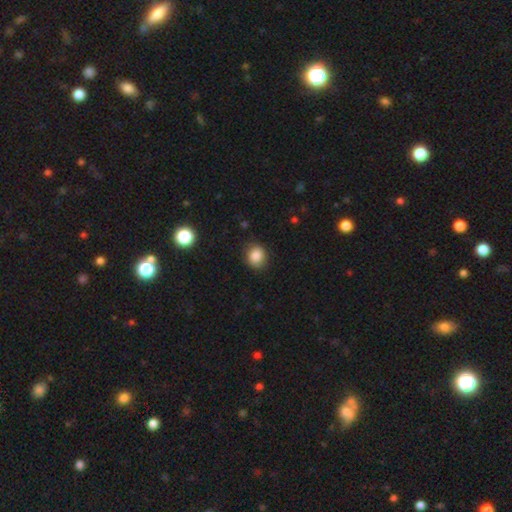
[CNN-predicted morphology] Q: Smooth or featured?
A: smooth (85%); runner-up: star or artifact (10%)
Q: How rounded?
A: round (67%); runner-up: in between (32%)
Q: Merging?
A: none (83%); runner-up: minor disturbance (13%)